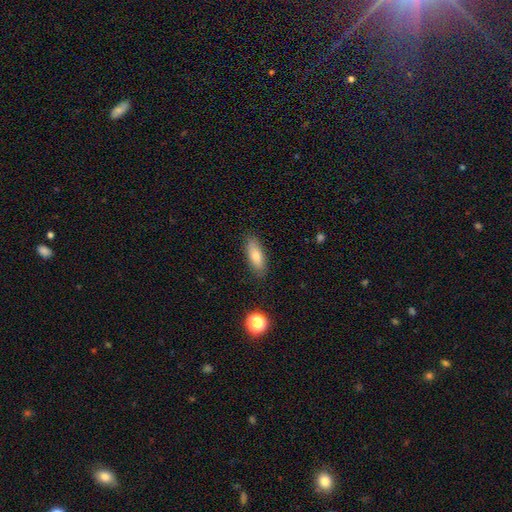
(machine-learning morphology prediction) Smooth or featured: smooth — 75% (featured or disk — 17%)
How rounded: in between — 69% (cigar-shaped — 28%)
Merging: none — 85% (minor disturbance — 11%)